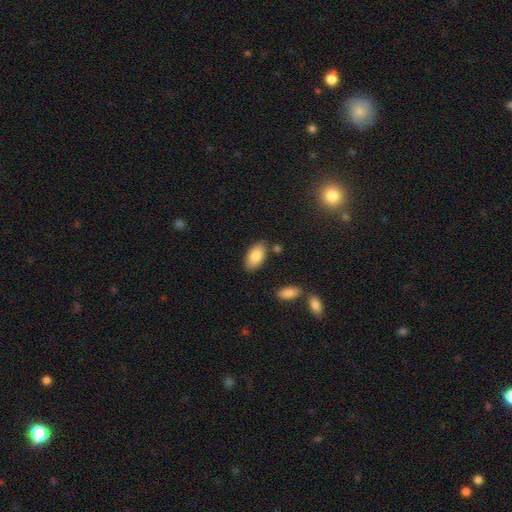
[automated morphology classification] smooth 84%, featured or disk 9%, star or artifact 6%. Down the decision tree: how rounded — in between (94%); merging — none (81%).